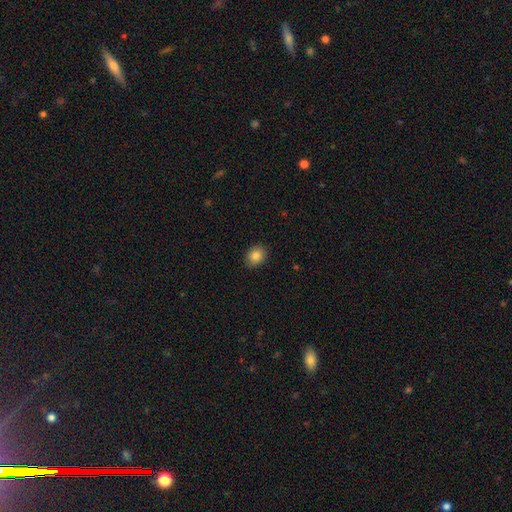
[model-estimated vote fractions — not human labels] Morphology: type=smooth (85%); roundness=in between (51%); merging=none (88%).